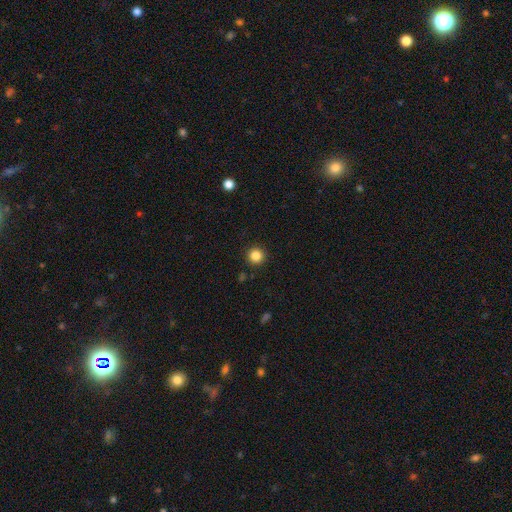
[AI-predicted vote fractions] This appears to be a smooth galaxy with no disk features (85%) that is round (95%). Merging: none (92%).